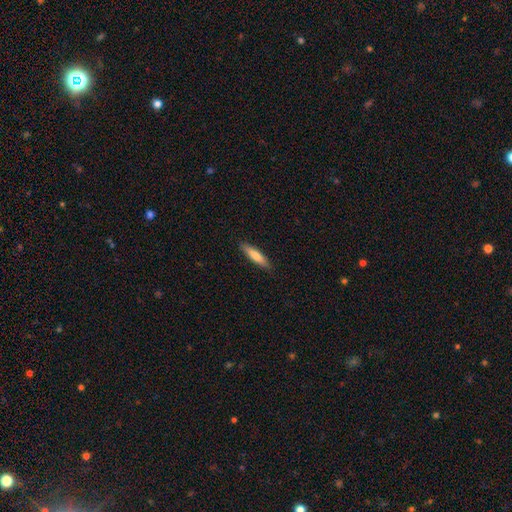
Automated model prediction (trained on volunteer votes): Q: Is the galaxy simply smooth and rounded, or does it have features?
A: smooth — 77%.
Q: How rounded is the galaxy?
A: cigar-shaped — 78%.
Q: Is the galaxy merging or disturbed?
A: none — 88%.